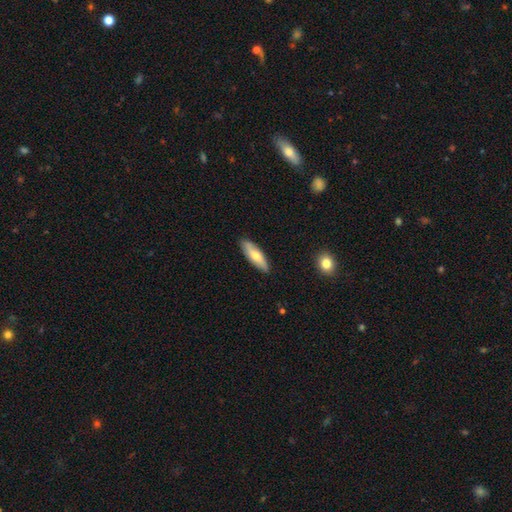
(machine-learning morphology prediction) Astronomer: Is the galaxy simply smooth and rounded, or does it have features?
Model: smooth — 63%.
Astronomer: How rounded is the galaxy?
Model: cigar-shaped — 50% (runner-up: in between, 47%).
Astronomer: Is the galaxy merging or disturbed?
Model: none — 86%.